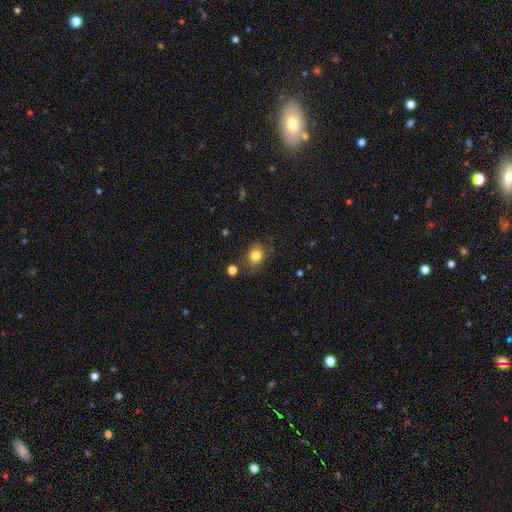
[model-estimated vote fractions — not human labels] Smooth or featured: smooth — 81% (star or artifact — 12%)
How rounded: round — 62% (in between — 37%)
Merging: none — 77% (minor disturbance — 15%)